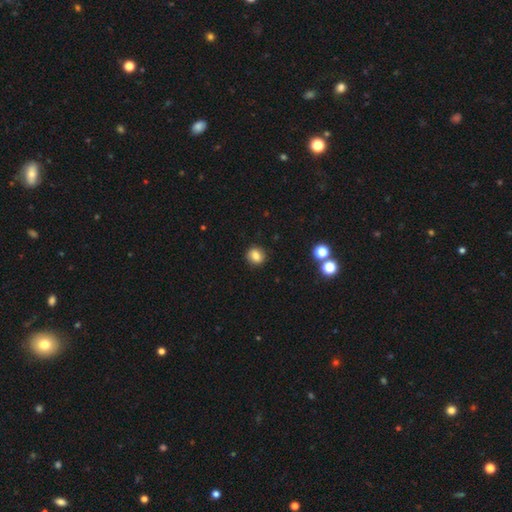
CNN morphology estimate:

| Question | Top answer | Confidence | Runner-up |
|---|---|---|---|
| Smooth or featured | smooth | 81% | star or artifact (10%) |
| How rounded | round | 70% | in between (29%) |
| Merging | none | 89% | minor disturbance (8%) |